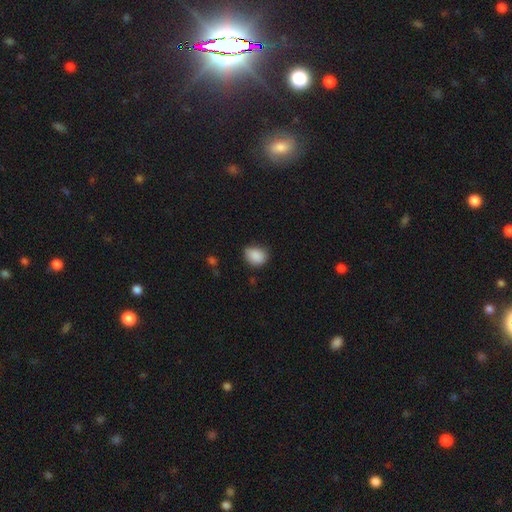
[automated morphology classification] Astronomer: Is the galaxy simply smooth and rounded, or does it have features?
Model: smooth — 88%.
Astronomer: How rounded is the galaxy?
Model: in between — 52% (runner-up: round, 47%).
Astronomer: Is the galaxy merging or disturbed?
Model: none — 69%.